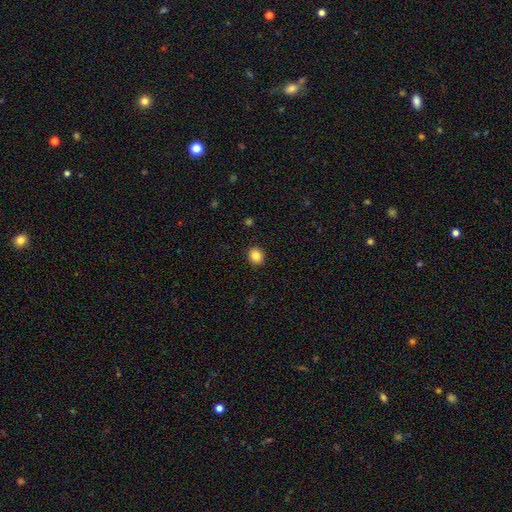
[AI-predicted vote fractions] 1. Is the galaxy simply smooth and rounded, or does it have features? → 86% smooth, 10% star or artifact, 5% featured or disk.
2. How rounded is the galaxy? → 66% round, 33% in between, 1% cigar-shaped.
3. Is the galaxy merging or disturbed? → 90% none, 7% minor disturbance, 2% major disturbance, 1% merger.